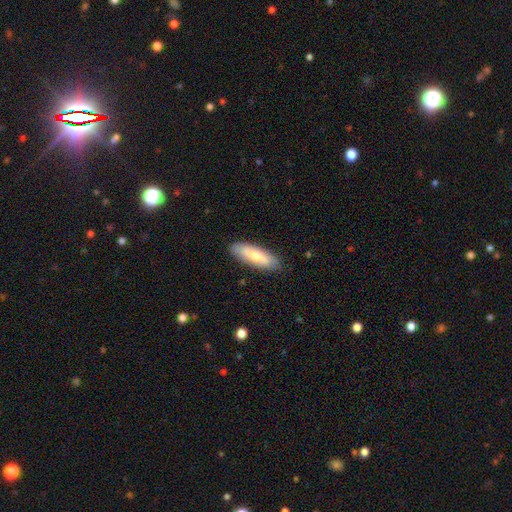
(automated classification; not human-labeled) smooth_or_featured: smooth (p=0.63) [alt: featured or disk p=0.32]
how_rounded: in between (p=0.52) [alt: cigar-shaped p=0.46]
merging: none (p=0.85) [alt: minor disturbance p=0.12]